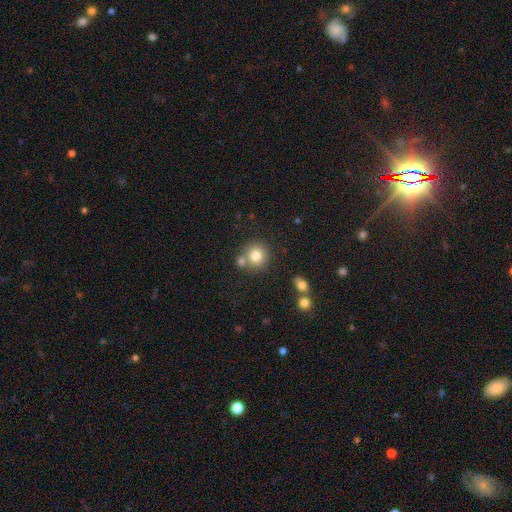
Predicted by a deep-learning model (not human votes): smooth 79%, featured or disk 10%, star or artifact 10%. Down the decision tree: how rounded — round (89%); merging — none (63%).